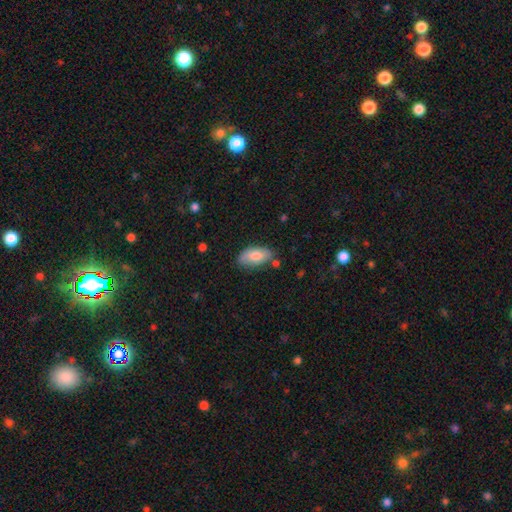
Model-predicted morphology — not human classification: Smooth or featured?
  - smooth: 76% *
  - featured or disk: 17%
  - star or artifact: 7%
How rounded?
  - in between: 93% *
  - cigar-shaped: 3%
  - round: 3%
Merging?
  - none: 68% *
  - minor disturbance: 23%
  - major disturbance: 5%
  - merger: 5%